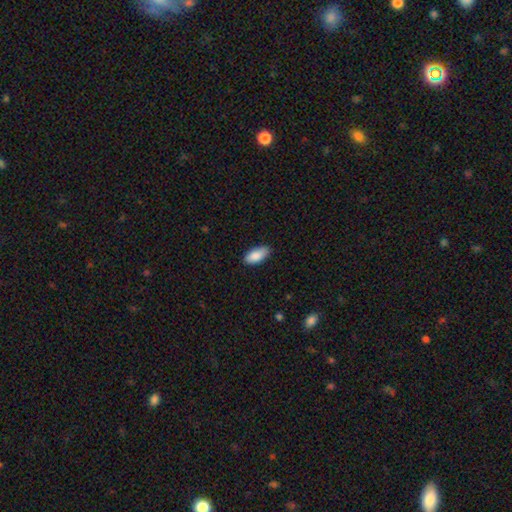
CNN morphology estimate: Smooth or featured? smooth (88%)
How rounded? in between (90%)
Merging? none (85%)